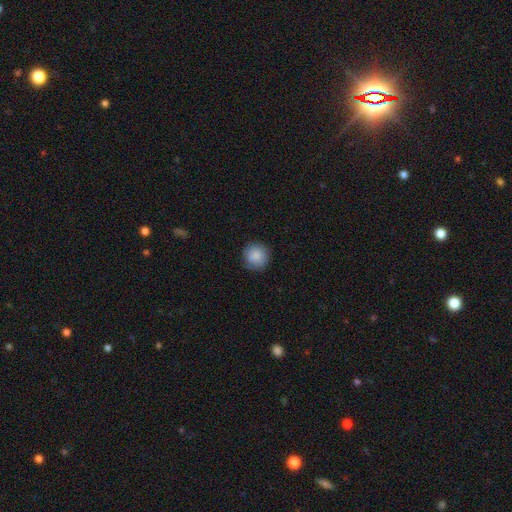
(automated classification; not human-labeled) smooth-or-featured: smooth: 87% | star or artifact: 7% | featured or disk: 5%
  how-rounded: round: 93% | in between: 6% | cigar-shaped: 1%
  merging: none: 86% | minor disturbance: 10% | major disturbance: 2% | merger: 1%